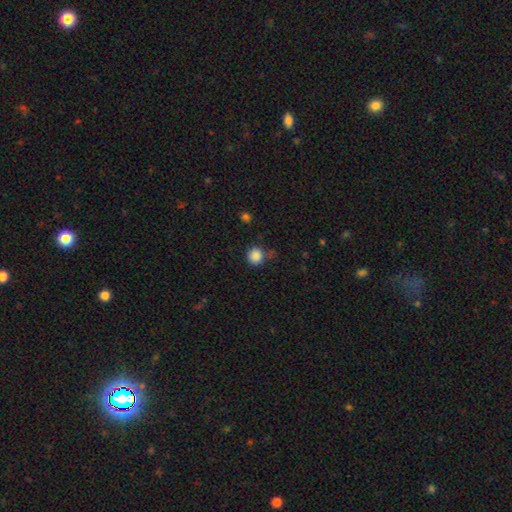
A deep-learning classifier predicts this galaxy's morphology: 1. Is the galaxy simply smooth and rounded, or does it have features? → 86% smooth, 11% star or artifact, 3% featured or disk.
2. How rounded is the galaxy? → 91% round, 8% in between, 1% cigar-shaped.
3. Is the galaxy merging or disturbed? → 74% none, 16% minor disturbance, 5% major disturbance, 5% merger.